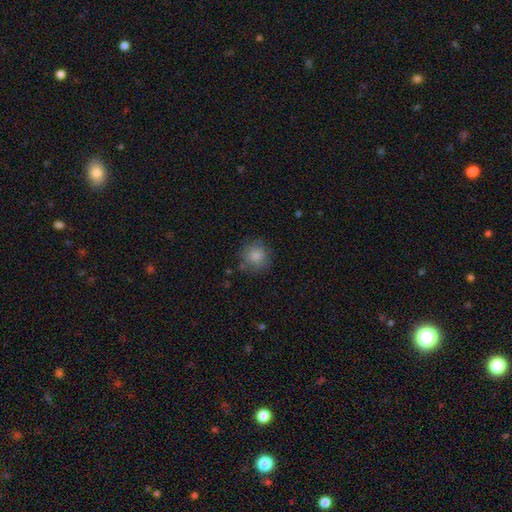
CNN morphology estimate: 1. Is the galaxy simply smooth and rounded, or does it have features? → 84% smooth, 9% star or artifact, 6% featured or disk.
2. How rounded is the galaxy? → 92% round, 7% in between, 1% cigar-shaped.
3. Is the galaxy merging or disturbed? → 81% none, 13% minor disturbance, 4% major disturbance, 2% merger.